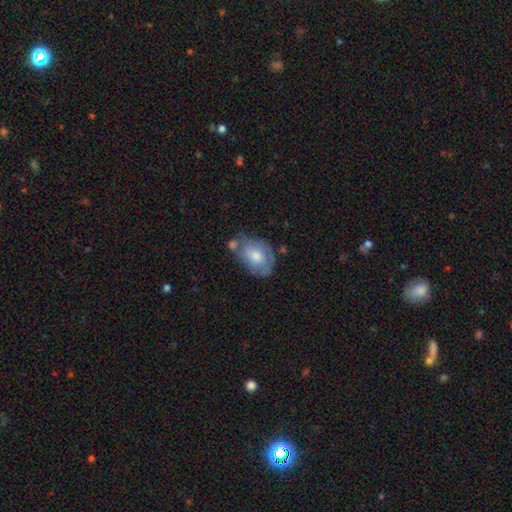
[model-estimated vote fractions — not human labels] Morphology: type=smooth (51%); roundness=in between (79%); merging=none (46%).